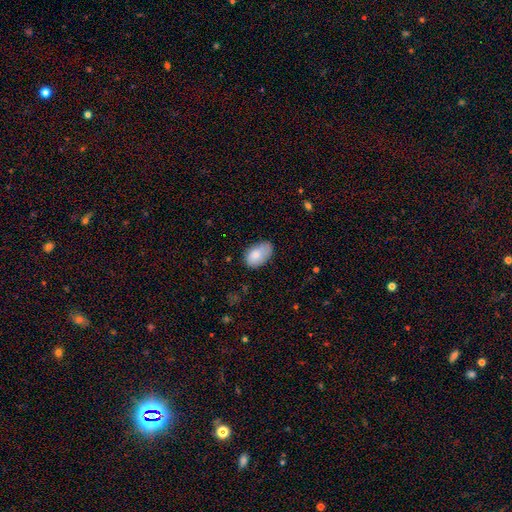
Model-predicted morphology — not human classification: Q: Smooth or featured?
A: smooth (79%); runner-up: featured or disk (14%)
Q: How rounded?
A: in between (92%); runner-up: round (7%)
Q: Merging?
A: none (57%); runner-up: minor disturbance (33%)